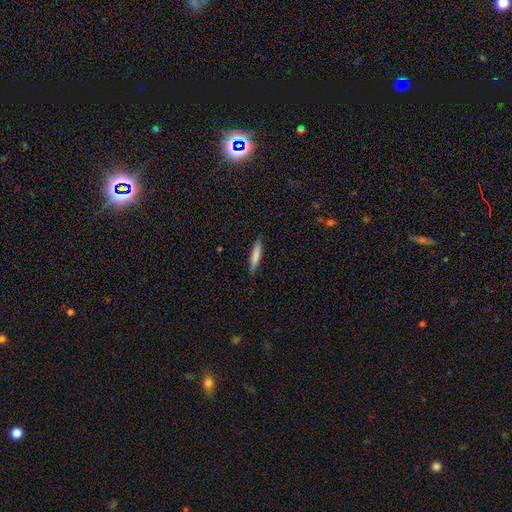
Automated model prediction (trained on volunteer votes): Smooth or featured? smooth (76%)
How rounded? cigar-shaped (87%)
Merging? none (86%)